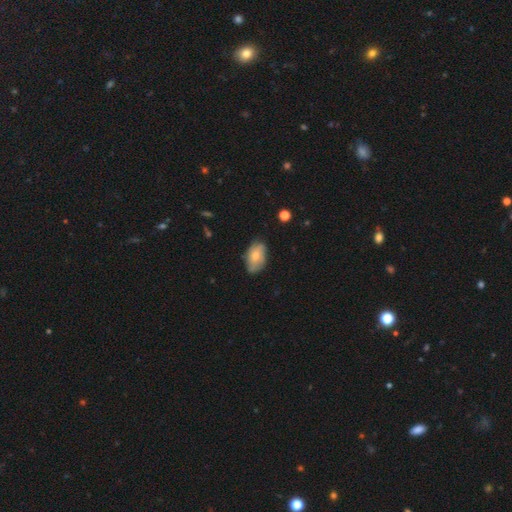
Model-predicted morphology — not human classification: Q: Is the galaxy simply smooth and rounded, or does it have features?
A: smooth — 67%.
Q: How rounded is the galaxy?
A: in between — 92%.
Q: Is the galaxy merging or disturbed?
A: none — 70%.